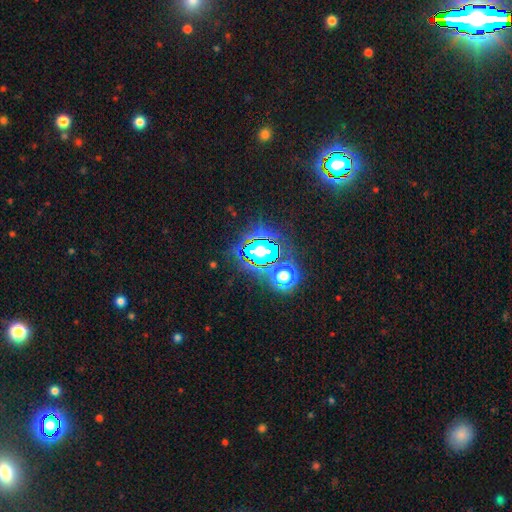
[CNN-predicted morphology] star or artifact 71%, smooth 17%, featured or disk 12%.